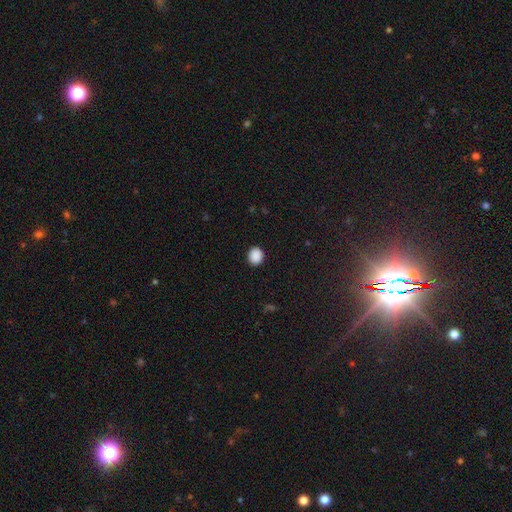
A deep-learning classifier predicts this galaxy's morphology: Q: Smooth or featured?
A: smooth (89%); runner-up: star or artifact (9%)
Q: How rounded?
A: round (76%); runner-up: in between (24%)
Q: Merging?
A: none (91%); runner-up: minor disturbance (6%)